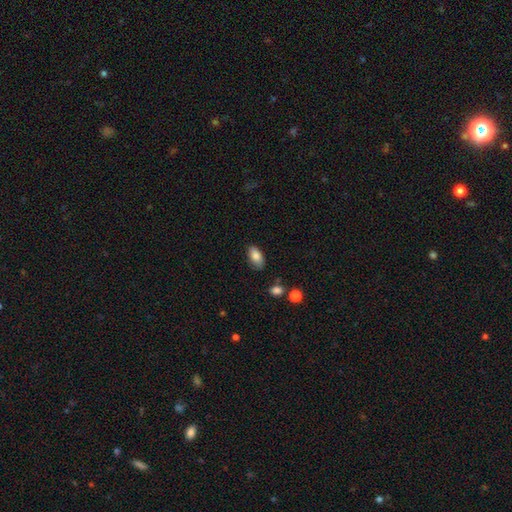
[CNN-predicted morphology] smooth_or_featured: smooth (p=0.83) [alt: featured or disk p=0.10]
how_rounded: in between (p=0.92) [alt: cigar-shaped p=0.04]
merging: none (p=0.75) [alt: minor disturbance p=0.19]